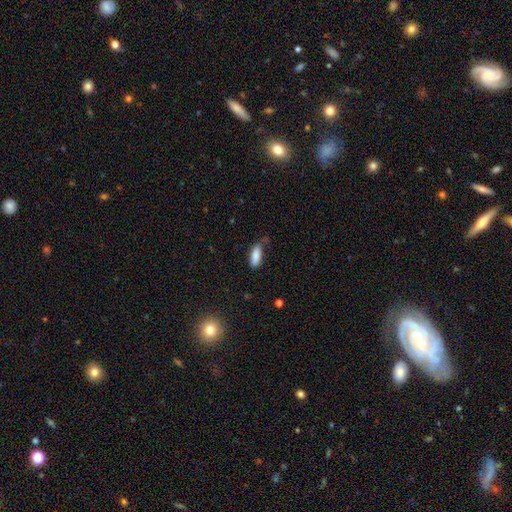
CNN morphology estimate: Q: Smooth or featured?
A: smooth (87%); runner-up: star or artifact (7%)
Q: How rounded?
A: in between (71%); runner-up: cigar-shaped (27%)
Q: Merging?
A: none (67%); runner-up: minor disturbance (25%)